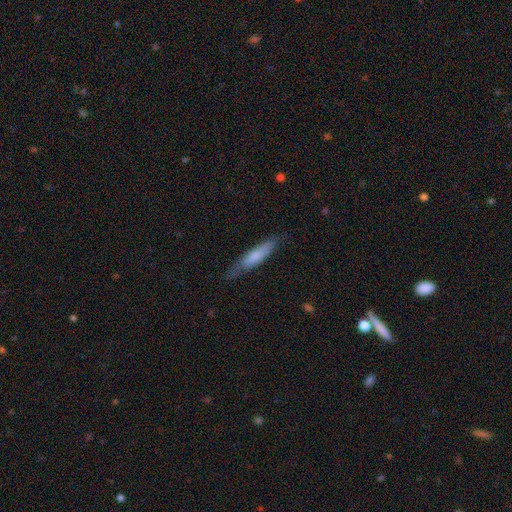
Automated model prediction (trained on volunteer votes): Smooth or featured? smooth (66%)
How rounded? cigar-shaped (82%)
Merging? none (74%)